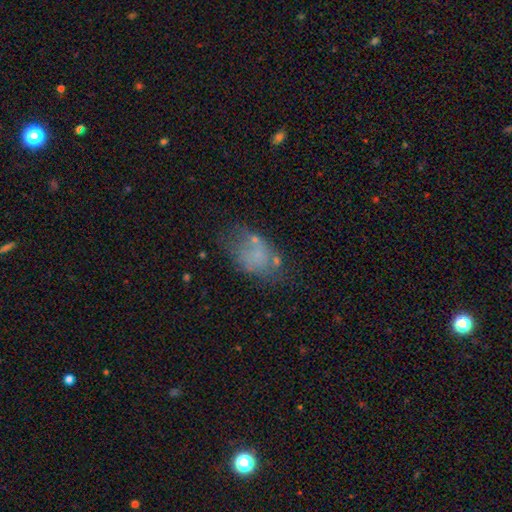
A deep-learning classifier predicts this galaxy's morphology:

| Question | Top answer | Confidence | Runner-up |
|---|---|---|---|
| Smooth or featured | smooth | 54% | featured or disk (32%) |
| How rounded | in between | 88% | round (10%) |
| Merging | none | 44% | minor disturbance (26%) |